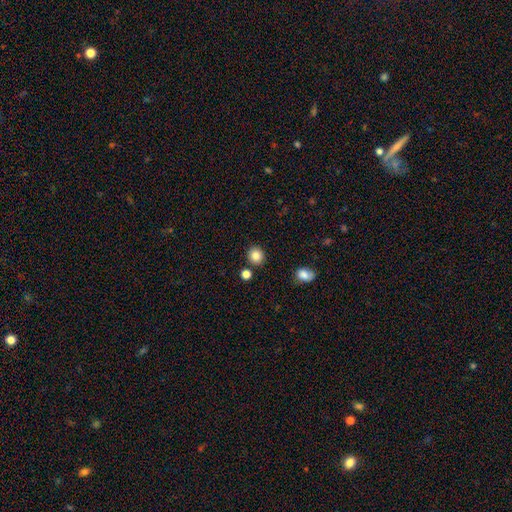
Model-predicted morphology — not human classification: A smooth galaxy with no disk features (85%) that is round (82%).

Vote fractions:
- Smooth or featured? smooth: 85% / star or artifact: 10% / featured or disk: 5%
- How rounded? round: 82% / in between: 17% / cigar-shaped: 1%
- Merging? none: 86% / minor disturbance: 7% / merger: 5% / major disturbance: 2%